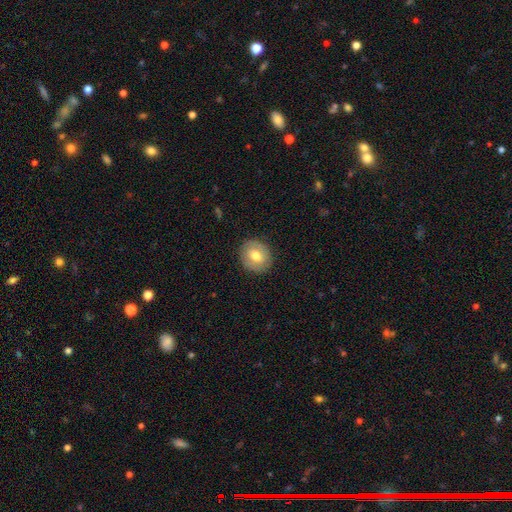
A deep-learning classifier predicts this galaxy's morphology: A smooth galaxy with no disk features (62%) that is round (71%). Merging: none (87%).